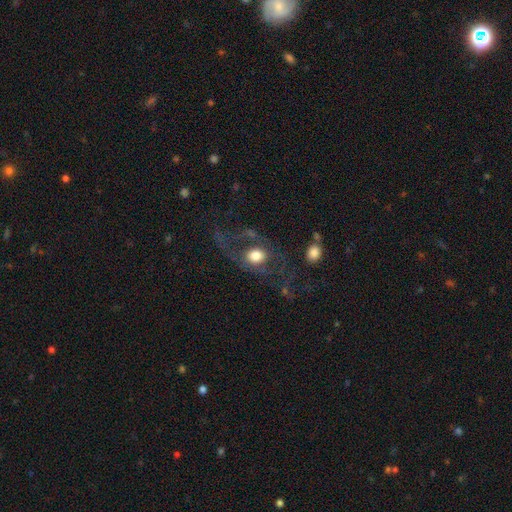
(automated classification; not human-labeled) Overall: featured or disk (48%; smooth 44%). Merging: none (48%; major disturbance 32%).